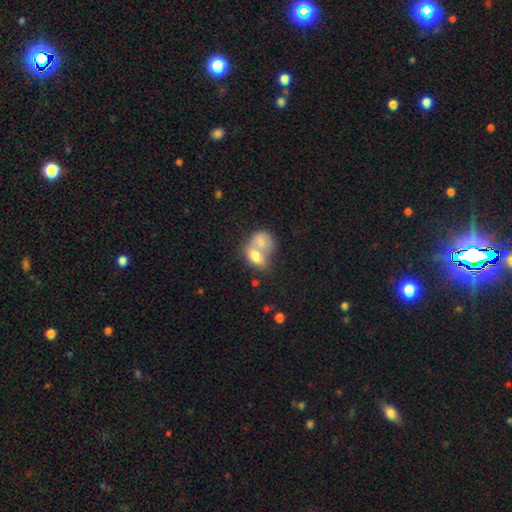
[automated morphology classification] Smooth or featured?
  - smooth: 72% *
  - featured or disk: 20%
  - star or artifact: 7%
How rounded?
  - in between: 74% *
  - round: 23%
  - cigar-shaped: 2%
Merging?
  - merger: 75% *
  - none: 14%
  - minor disturbance: 6%
  - major disturbance: 4%